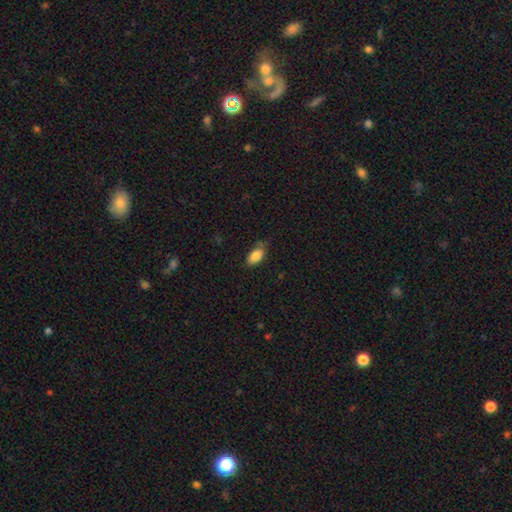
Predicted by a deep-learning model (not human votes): smooth_or_featured: smooth (p=0.86) [alt: star or artifact p=0.08]
how_rounded: in between (p=0.92) [alt: round p=0.04]
merging: none (p=0.68) [alt: minor disturbance p=0.25]